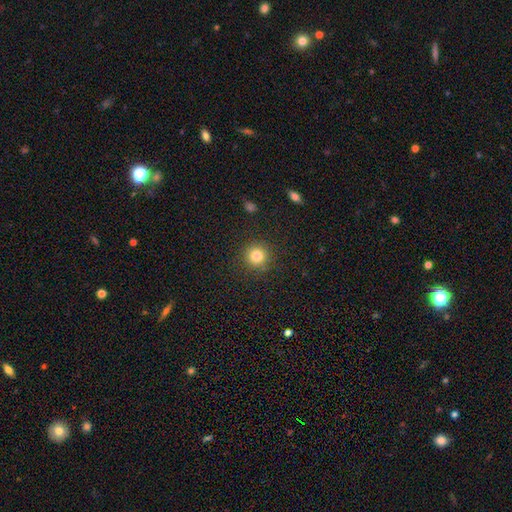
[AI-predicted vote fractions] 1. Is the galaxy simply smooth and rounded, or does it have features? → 82% smooth, 12% star or artifact, 6% featured or disk.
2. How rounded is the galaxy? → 94% round, 5% in between, 1% cigar-shaped.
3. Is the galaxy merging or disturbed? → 90% none, 6% minor disturbance, 3% major disturbance, 1% merger.